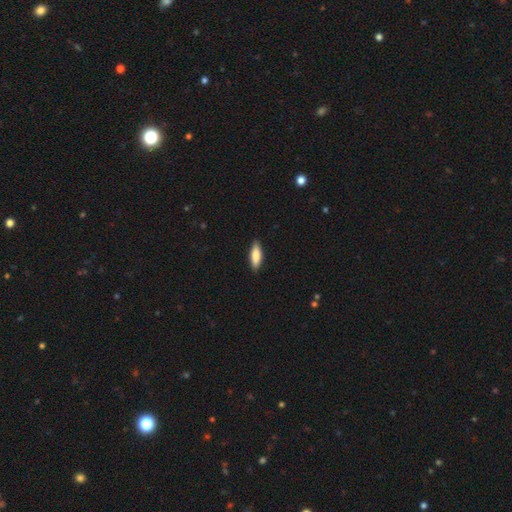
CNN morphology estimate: Q: Smooth or featured?
A: smooth (80%); runner-up: featured or disk (14%)
Q: How rounded?
A: in between (52%); runner-up: cigar-shaped (47%)
Q: Merging?
A: none (89%); runner-up: minor disturbance (9%)